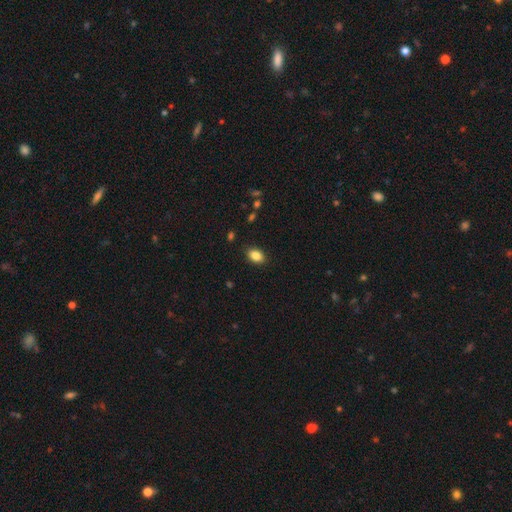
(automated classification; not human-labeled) This is clearly a smooth galaxy (86%). How rounded: clearly in between (81%). Merging: clearly none (88%).